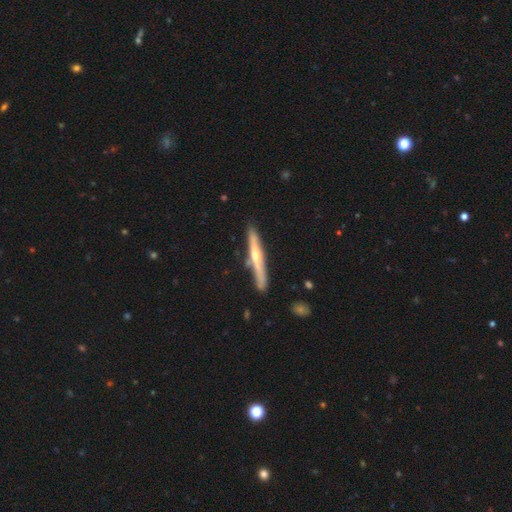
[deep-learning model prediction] Smooth or featured? featured or disk (70%)
Edge-on disk? yes (96%)
Edge-on bulge? rounded (83%)
Merging? none (85%)